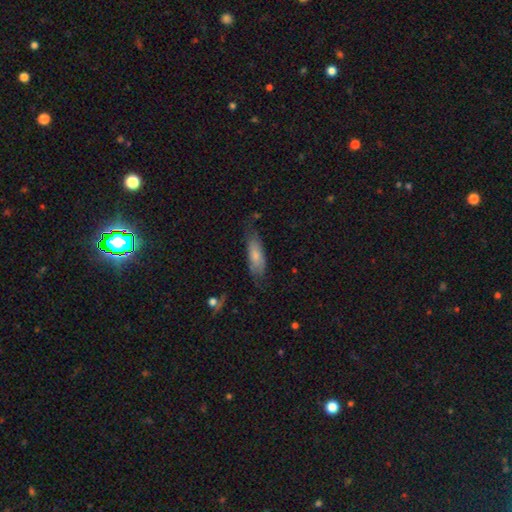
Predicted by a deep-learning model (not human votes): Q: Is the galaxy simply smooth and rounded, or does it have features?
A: smooth — 67%.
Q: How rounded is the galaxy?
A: in between — 58%.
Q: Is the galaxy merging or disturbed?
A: none — 61%.